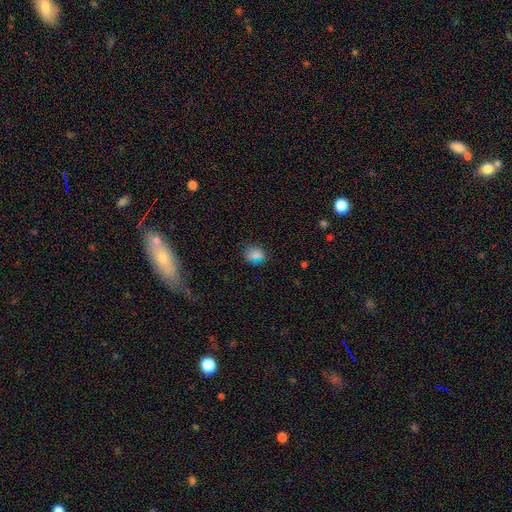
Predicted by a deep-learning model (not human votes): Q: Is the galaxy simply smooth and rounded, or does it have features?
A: smooth — 72%.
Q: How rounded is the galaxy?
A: round — 58%.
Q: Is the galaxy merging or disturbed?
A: none — 79%.